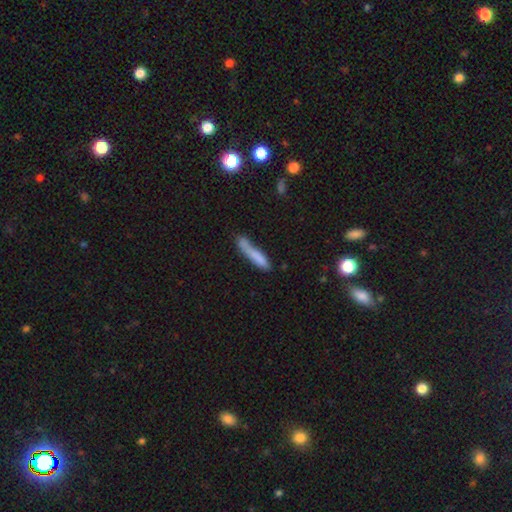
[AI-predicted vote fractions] smooth_or_featured: smooth (p=0.75) [alt: featured or disk p=0.18]
how_rounded: cigar-shaped (p=0.89) [alt: in between p=0.09]
merging: none (p=0.53) [alt: minor disturbance p=0.26]